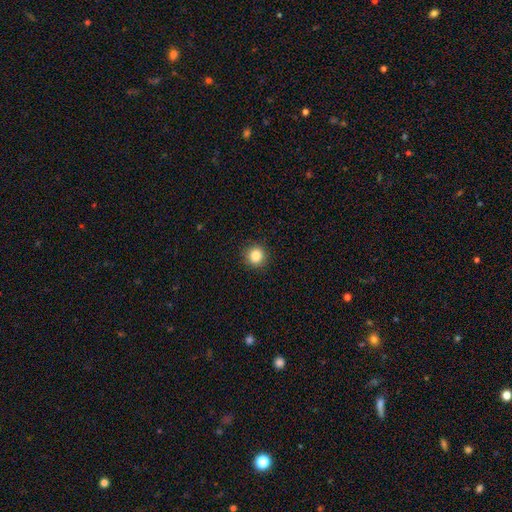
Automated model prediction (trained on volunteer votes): Smooth or featured? smooth (85%)
How rounded? round (92%)
Merging? none (92%)